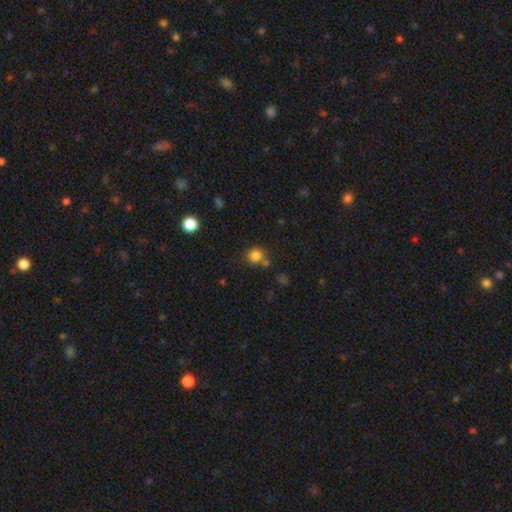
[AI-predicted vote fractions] Morphology: type=smooth (82%); roundness=round (90%); merging=none (72%).